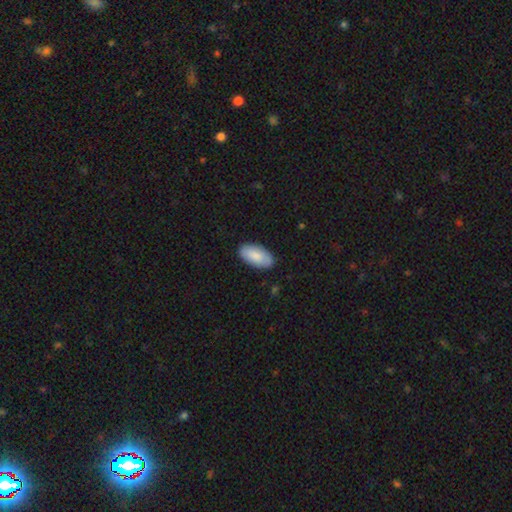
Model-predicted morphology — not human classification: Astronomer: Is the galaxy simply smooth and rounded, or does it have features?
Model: smooth — 84%.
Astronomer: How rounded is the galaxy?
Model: in between — 95%.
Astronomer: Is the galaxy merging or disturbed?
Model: none — 86%.